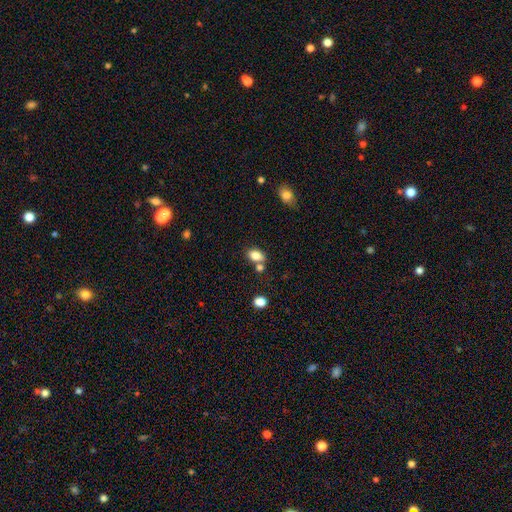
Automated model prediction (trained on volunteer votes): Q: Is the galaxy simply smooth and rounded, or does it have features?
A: smooth — 82%.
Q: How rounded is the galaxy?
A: in between — 78%.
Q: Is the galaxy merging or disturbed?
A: none — 61%.